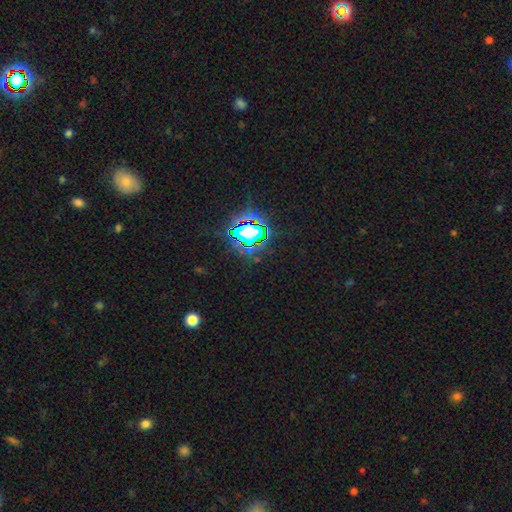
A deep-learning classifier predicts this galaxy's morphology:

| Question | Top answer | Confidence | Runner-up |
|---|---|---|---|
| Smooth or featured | star or artifact | 81% | smooth (11%) |